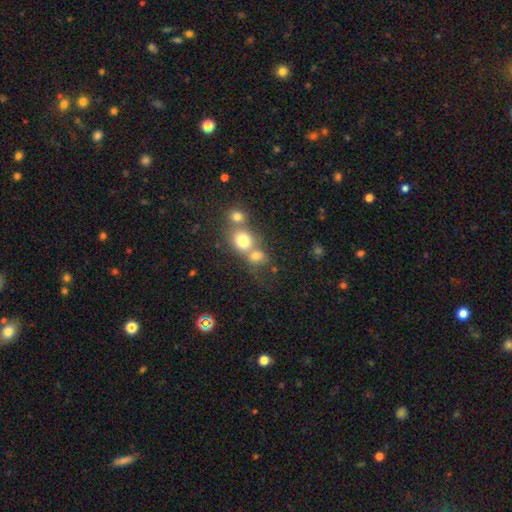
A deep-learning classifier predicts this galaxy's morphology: A smooth galaxy with no disk features (73%) that is round (71%). Merging: merger (51%).